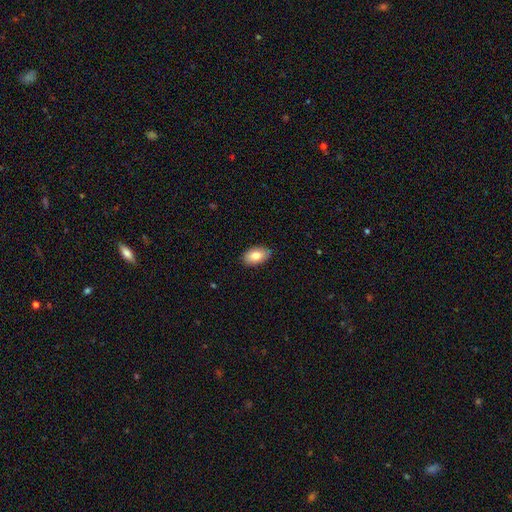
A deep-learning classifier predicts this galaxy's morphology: Smooth or featured?
  - smooth: 80% *
  - featured or disk: 13%
  - star or artifact: 7%
How rounded?
  - in between: 93% *
  - round: 6%
  - cigar-shaped: 2%
Merging?
  - none: 86% *
  - minor disturbance: 12%
  - major disturbance: 2%
  - merger: 1%